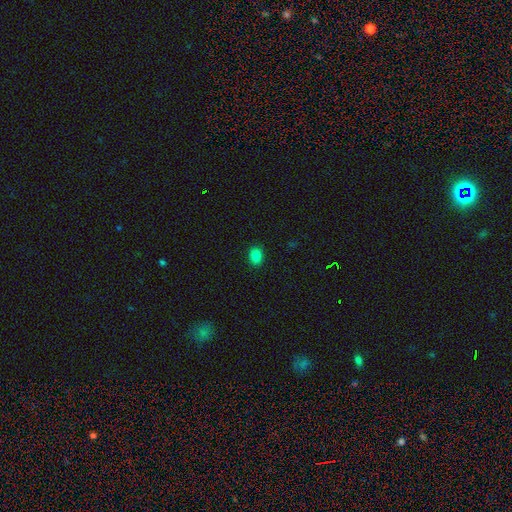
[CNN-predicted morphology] This is clearly a smooth galaxy (84%). How rounded: likely in between (61%). Merging: clearly none (90%).